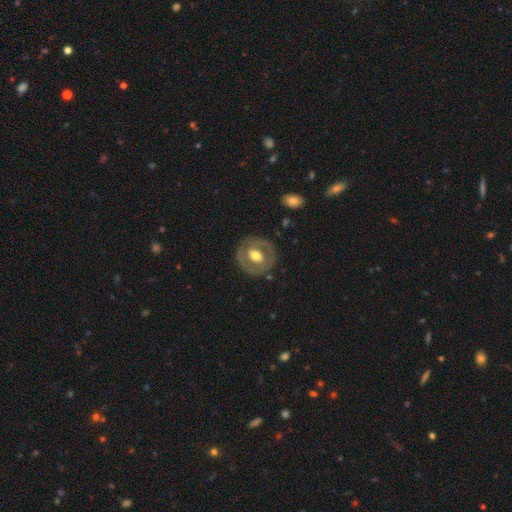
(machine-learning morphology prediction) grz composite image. It shows a featured or disk galaxy (61%) with no bar (48%), no spiral arms (80%) and a moderate central bulge (70%). Merging: none (81%).